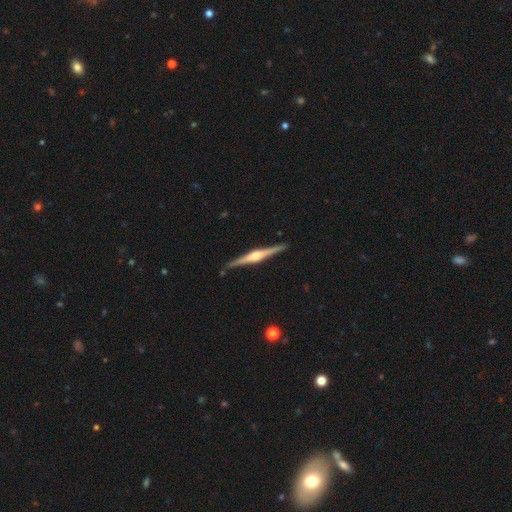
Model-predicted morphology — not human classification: smooth_or_featured: featured or disk (p=0.83) [alt: smooth p=0.13]
disk_edge_on: yes (p=0.98) [alt: no p=0.02]
edge_on_bulge: rounded (p=0.77) [alt: boxy p=0.18]
merging: none (p=0.90) [alt: minor disturbance p=0.07]